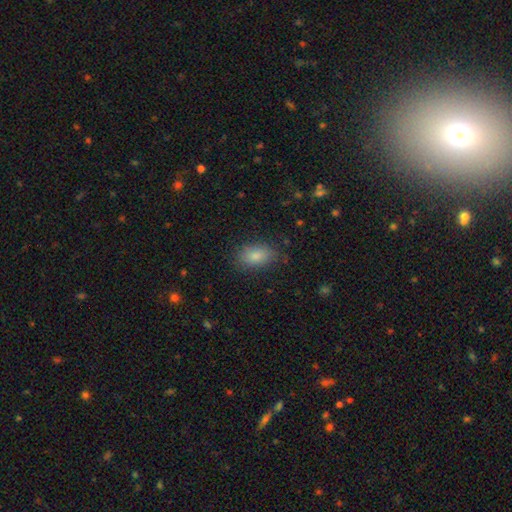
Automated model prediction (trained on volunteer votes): This is clearly a smooth galaxy (85%). How rounded: clearly in between (89%). Merging: clearly none (81%).